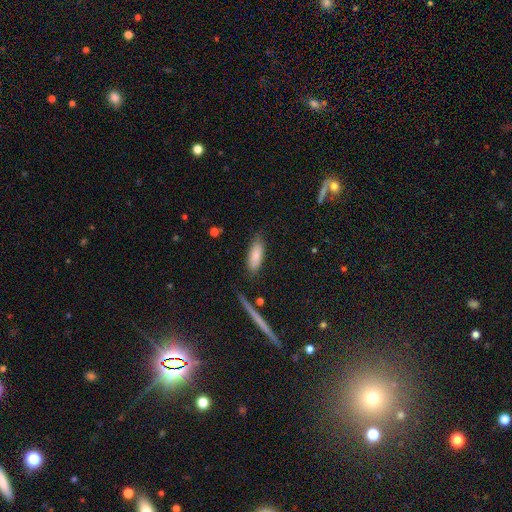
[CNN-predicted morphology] This is clearly a smooth galaxy (81%). How rounded: likely in between (74%). Merging: likely none (76%).